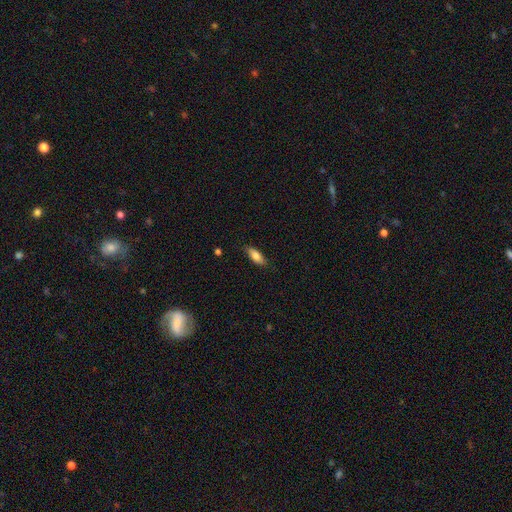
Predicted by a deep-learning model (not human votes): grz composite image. It shows a smooth galaxy with no disk features (80%) that is in between round and cigar-shaped (72%). Merging: none (83%).